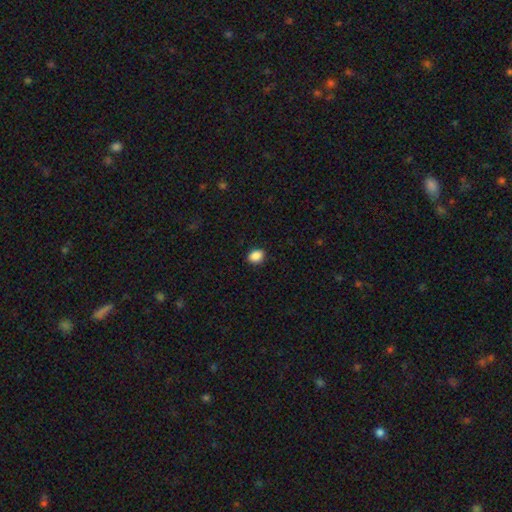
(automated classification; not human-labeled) A smooth galaxy with no disk features (88%) that is in between round and cigar-shaped (52%). Merging: none (90%).